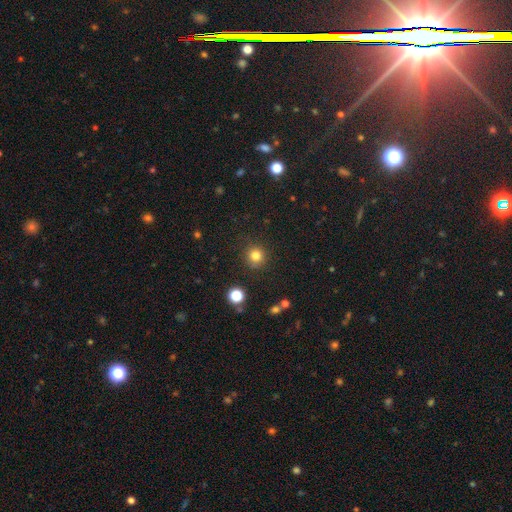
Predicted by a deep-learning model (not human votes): smooth_or_featured: smooth (p=0.81) [alt: star or artifact p=0.14]
how_rounded: round (p=0.93) [alt: in between p=0.06]
merging: none (p=0.88) [alt: minor disturbance p=0.07]